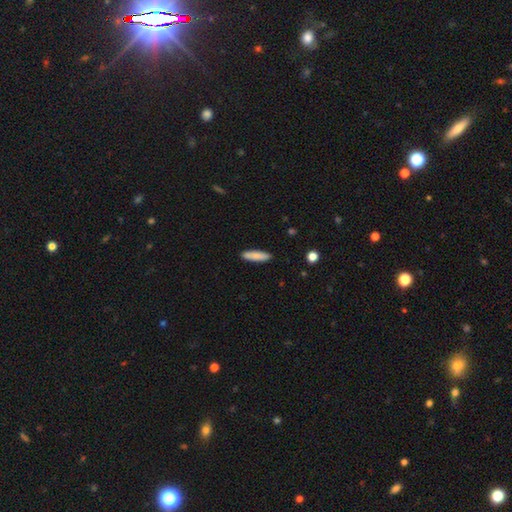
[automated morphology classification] A smooth galaxy with no disk features (85%) that is cigar-shaped (70%). Merging: none (88%).